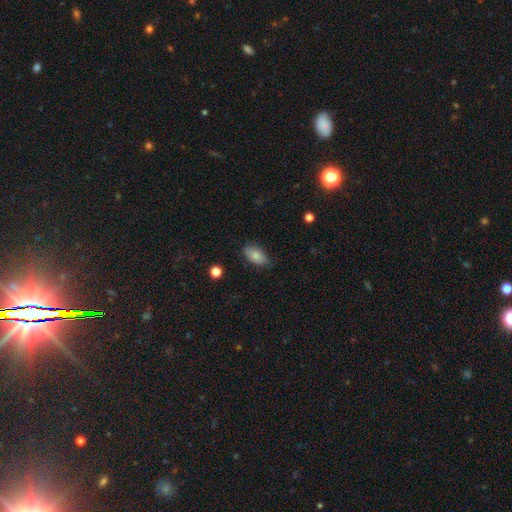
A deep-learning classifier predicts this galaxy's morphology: A smooth galaxy with no disk features (84%) that is in between round and cigar-shaped (91%).

Vote fractions:
- Smooth or featured? smooth: 84% / featured or disk: 9% / star or artifact: 8%
- How rounded? in between: 91% / round: 4% / cigar-shaped: 4%
- Merging? none: 79% / minor disturbance: 17% / major disturbance: 3% / merger: 1%